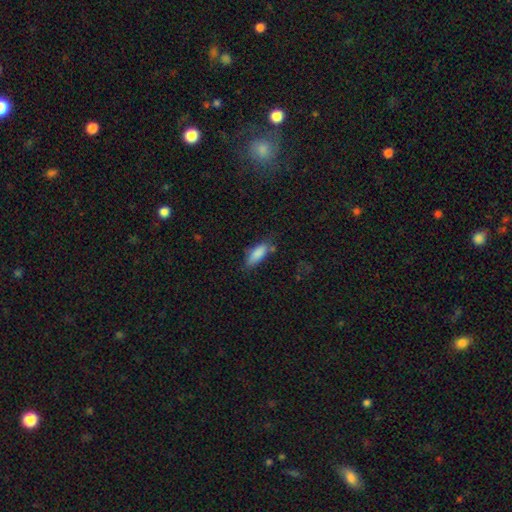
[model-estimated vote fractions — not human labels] The model was most divided on "how rounded": in between: 65%, cigar-shaped: 33%, round: 2%. More confident: smooth or featured — smooth (85%); merging — none (67%).